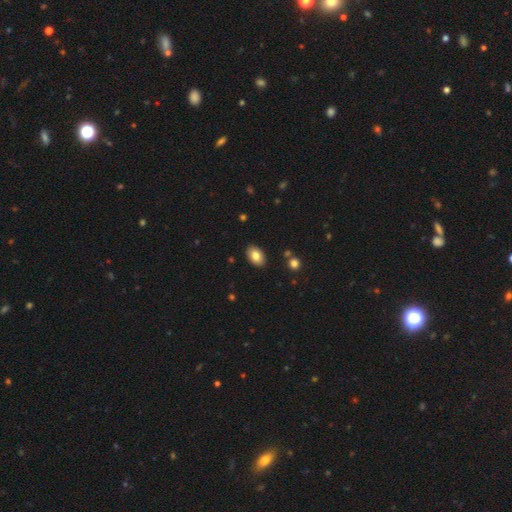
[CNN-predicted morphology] Smooth or featured?
  - smooth: 82% *
  - featured or disk: 10%
  - star or artifact: 8%
How rounded?
  - in between: 89% *
  - round: 10%
  - cigar-shaped: 1%
Merging?
  - none: 88% *
  - minor disturbance: 8%
  - major disturbance: 2%
  - merger: 2%